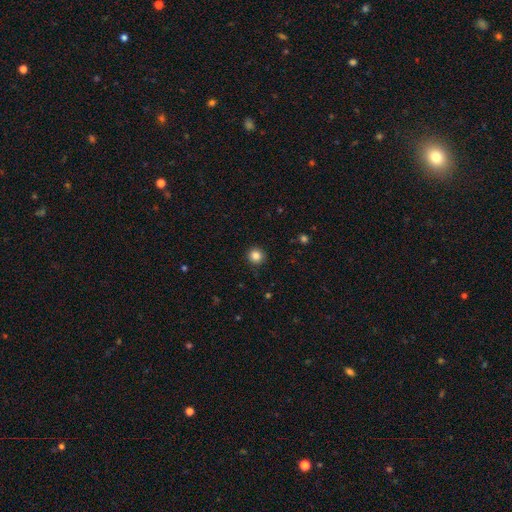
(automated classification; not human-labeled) Q: Smooth or featured?
A: smooth (85%); runner-up: star or artifact (11%)
Q: How rounded?
A: round (95%); runner-up: in between (5%)
Q: Merging?
A: none (92%); runner-up: minor disturbance (5%)